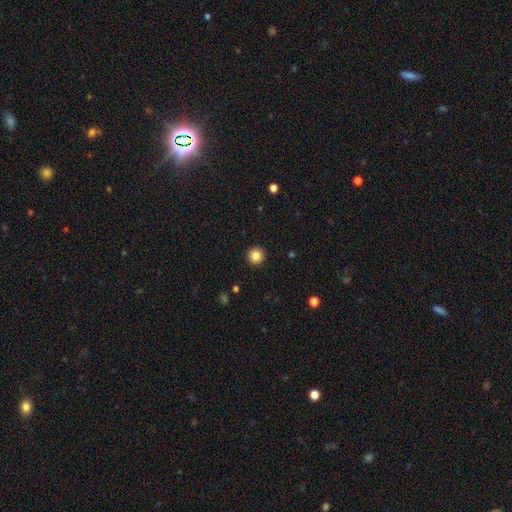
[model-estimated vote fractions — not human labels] Smooth or featured? Predicted: smooth (p=0.85). How rounded? Predicted: round (p=0.95). Merging? Predicted: none (p=0.93).